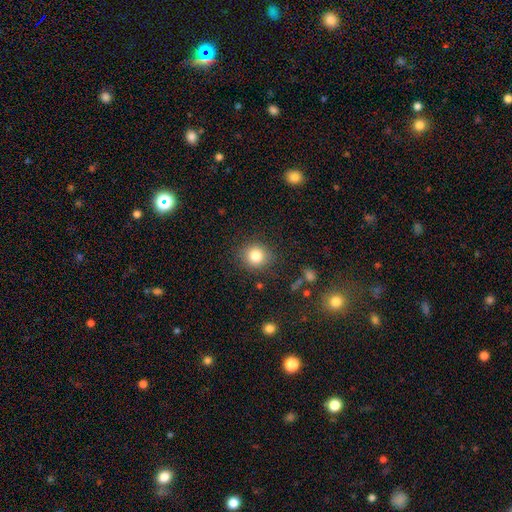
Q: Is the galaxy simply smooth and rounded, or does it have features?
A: smooth — 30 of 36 (83%).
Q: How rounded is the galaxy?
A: round — 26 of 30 (87%).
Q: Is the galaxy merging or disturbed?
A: none — 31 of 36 (86%).